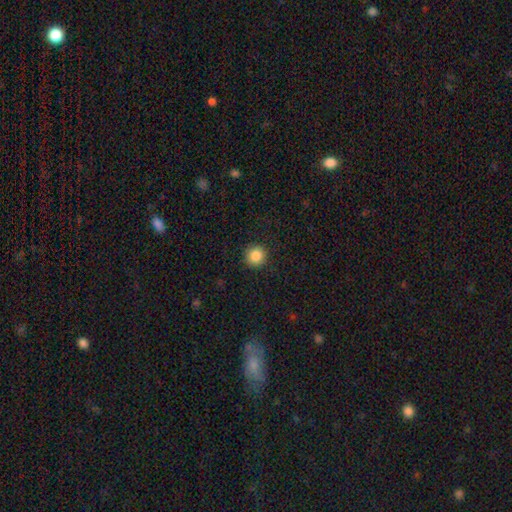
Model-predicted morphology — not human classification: smooth 87%, star or artifact 10%, featured or disk 3%. Down the decision tree: how rounded — round (95%); merging — none (92%).